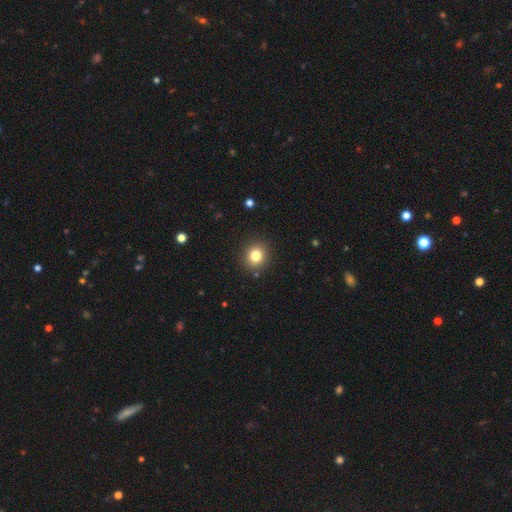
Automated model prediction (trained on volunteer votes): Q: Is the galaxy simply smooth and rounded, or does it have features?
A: smooth — 81%.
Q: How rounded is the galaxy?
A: round — 85%.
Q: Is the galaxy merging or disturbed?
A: none — 90%.